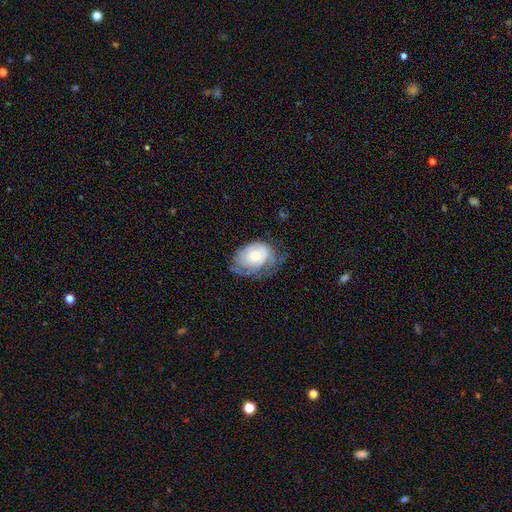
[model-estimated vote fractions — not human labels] Smooth or featured? smooth (47%)
Merging? none (40%)